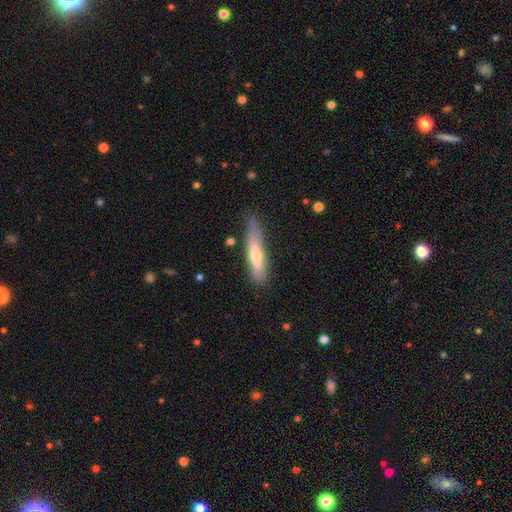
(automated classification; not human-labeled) Q: Smooth or featured?
A: smooth (53%); runner-up: featured or disk (41%)
Q: How rounded?
A: cigar-shaped (86%); runner-up: in between (12%)
Q: Merging?
A: none (66%); runner-up: minor disturbance (25%)